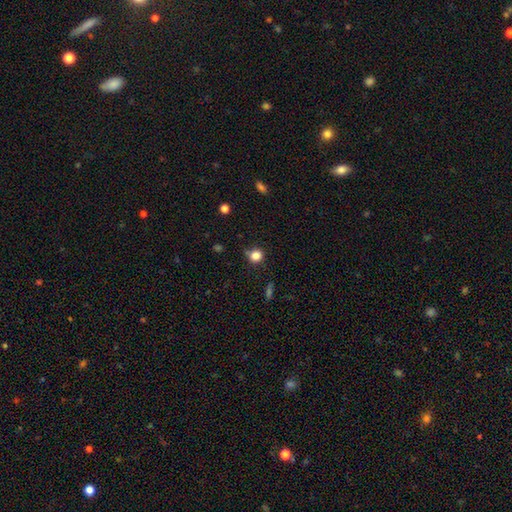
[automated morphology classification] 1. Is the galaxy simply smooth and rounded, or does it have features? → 82% smooth, 12% star or artifact, 5% featured or disk.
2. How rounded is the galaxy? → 89% round, 10% in between, 1% cigar-shaped.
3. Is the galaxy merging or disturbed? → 74% none, 18% minor disturbance, 4% major disturbance, 4% merger.